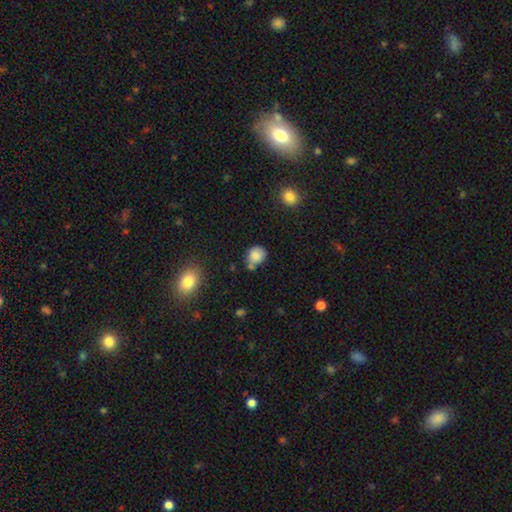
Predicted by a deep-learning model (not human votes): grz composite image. It shows a smooth galaxy with no disk features (83%) that is round (73%). Merging: none (57%).